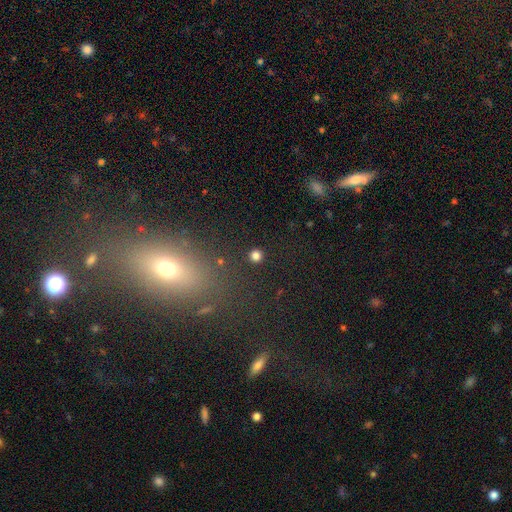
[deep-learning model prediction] smooth_or_featured: smooth (p=0.81) [alt: star or artifact p=0.15]
how_rounded: round (p=0.94) [alt: in between p=0.05]
merging: none (p=0.91) [alt: minor disturbance p=0.05]